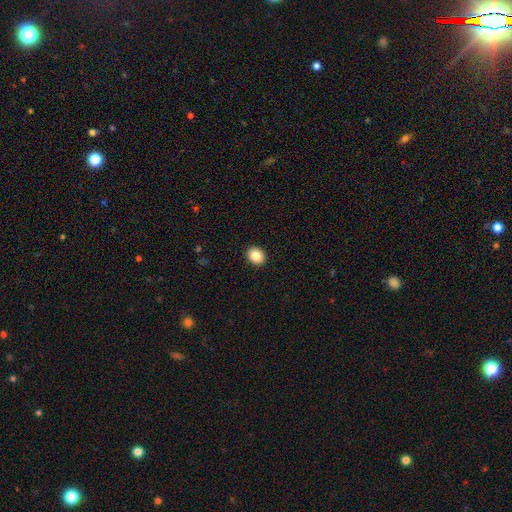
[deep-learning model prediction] This appears to be a smooth galaxy with no disk features (85%) that is round (55%). Merging: none (93%).